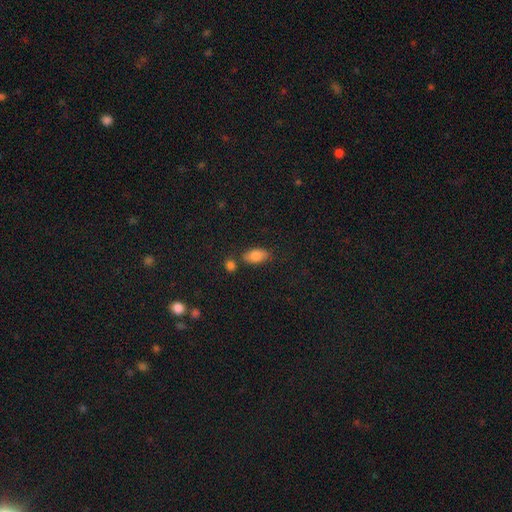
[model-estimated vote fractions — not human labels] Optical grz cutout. It shows a smooth galaxy with no disk features (83%) that is in between round and cigar-shaped (91%). Merging: none (74%).